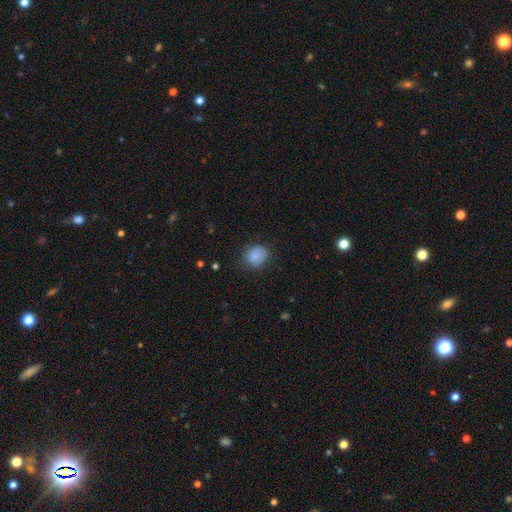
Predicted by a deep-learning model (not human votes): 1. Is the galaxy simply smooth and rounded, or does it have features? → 83% smooth, 9% star or artifact, 7% featured or disk.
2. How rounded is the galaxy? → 65% round, 34% in between, 1% cigar-shaped.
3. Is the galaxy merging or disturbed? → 70% none, 22% minor disturbance, 6% major disturbance, 1% merger.